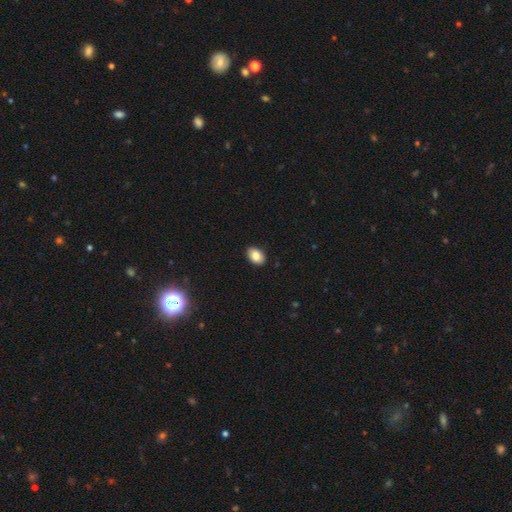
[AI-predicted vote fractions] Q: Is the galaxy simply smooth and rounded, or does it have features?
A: smooth — 86%.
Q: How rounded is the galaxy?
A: in between — 86%.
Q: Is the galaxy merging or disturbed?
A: none — 89%.